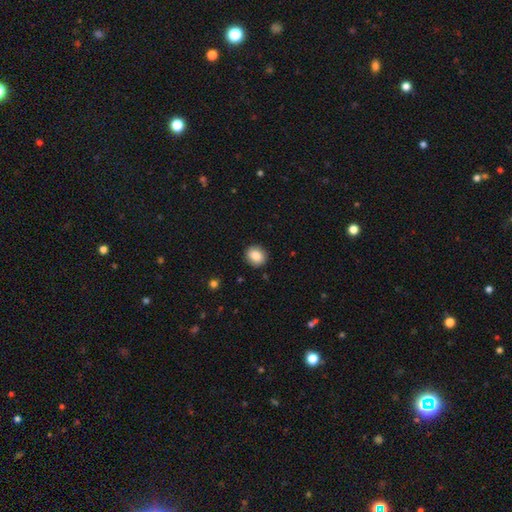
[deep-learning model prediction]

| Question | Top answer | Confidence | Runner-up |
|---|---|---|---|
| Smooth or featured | smooth | 86% | star or artifact (8%) |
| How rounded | round | 72% | in between (27%) |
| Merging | none | 90% | minor disturbance (7%) |